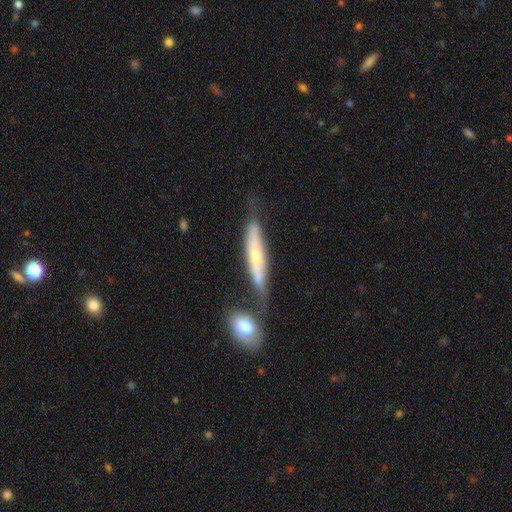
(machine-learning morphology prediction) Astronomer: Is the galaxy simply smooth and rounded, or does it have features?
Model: featured or disk — 55% (runner-up: smooth, 38%).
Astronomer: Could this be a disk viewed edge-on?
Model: yes — 68%.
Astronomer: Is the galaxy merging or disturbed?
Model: none — 47% (runner-up: merger, 26%).